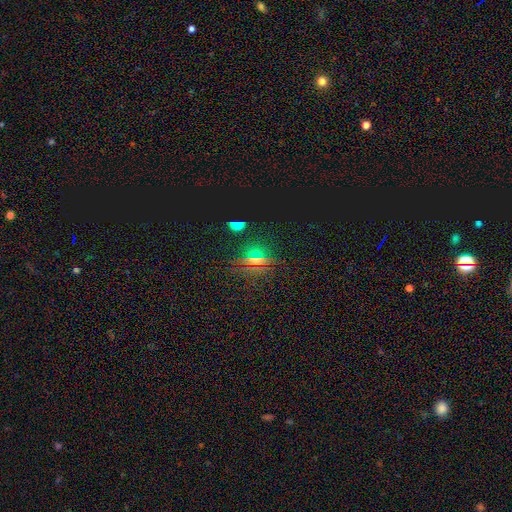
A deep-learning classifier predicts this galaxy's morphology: The model was most divided on "smooth or featured": star or artifact: 53%, smooth: 37%, featured or disk: 9%.